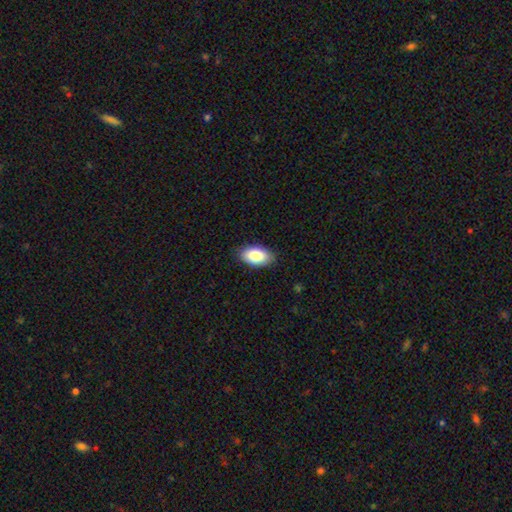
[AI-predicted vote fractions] A smooth galaxy with no disk features (84%) that is in between round and cigar-shaped (94%).

Vote fractions:
- Smooth or featured? smooth: 84% / featured or disk: 9% / star or artifact: 7%
- How rounded? in between: 94% / round: 4% / cigar-shaped: 2%
- Merging? none: 88% / minor disturbance: 9% / major disturbance: 2% / merger: 1%